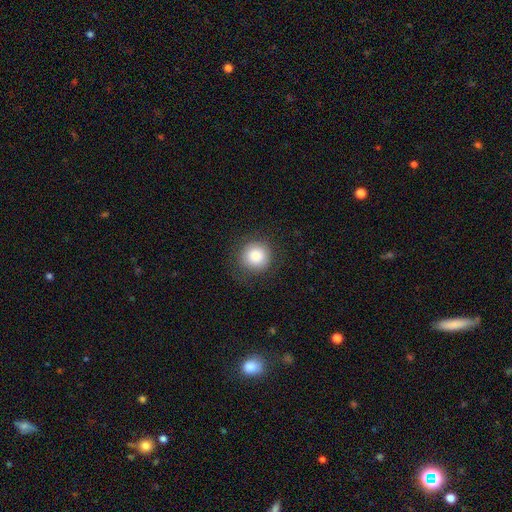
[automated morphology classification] Q: Smooth or featured?
A: smooth (84%); runner-up: star or artifact (9%)
Q: How rounded?
A: round (94%); runner-up: in between (5%)
Q: Merging?
A: none (85%); runner-up: minor disturbance (10%)